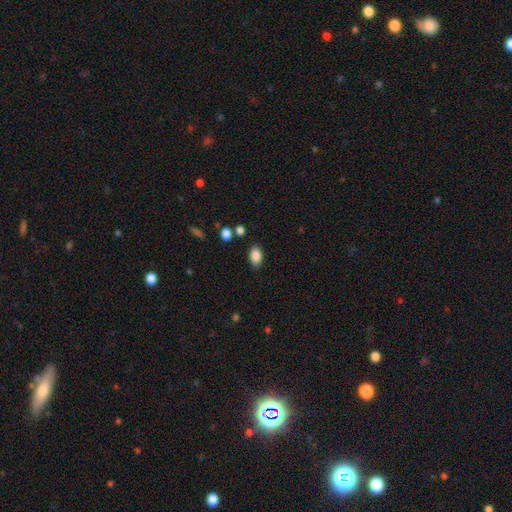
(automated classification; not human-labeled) This appears to be a smooth galaxy with no disk features (87%) that is in between round and cigar-shaped (89%). Merging: none (85%).